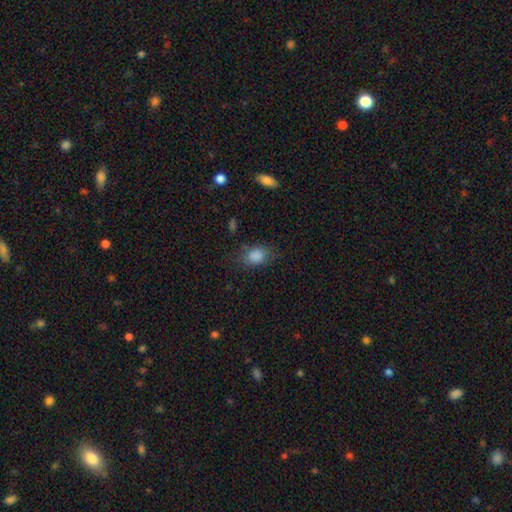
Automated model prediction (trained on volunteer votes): This appears to be a smooth galaxy with no disk features (85%) that is in between round and cigar-shaped (66%). Merging: none (72%).